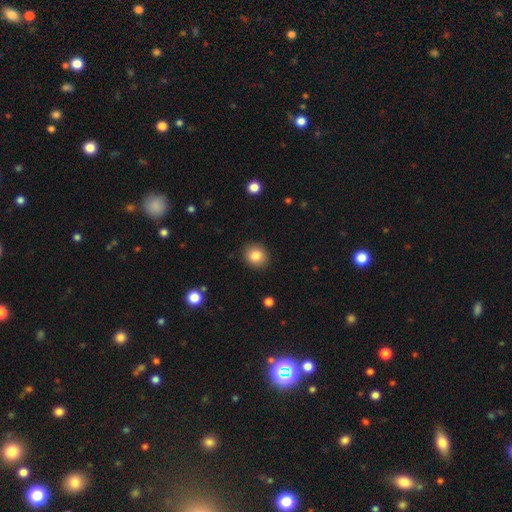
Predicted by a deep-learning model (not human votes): smooth-or-featured: smooth: 84% | star or artifact: 10% | featured or disk: 6%
  how-rounded: round: 78% | in between: 21% | cigar-shaped: 1%
  merging: none: 90% | minor disturbance: 7% | major disturbance: 2% | merger: 1%